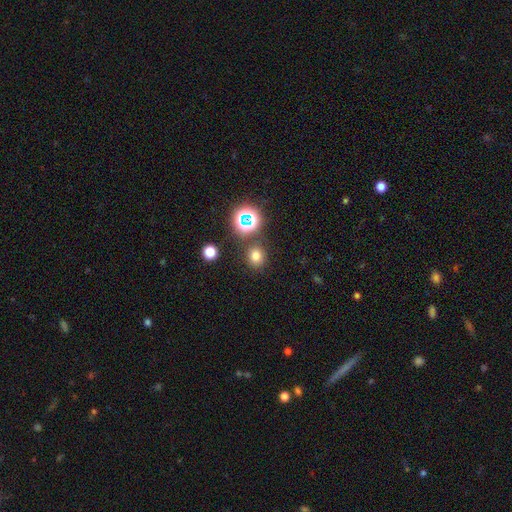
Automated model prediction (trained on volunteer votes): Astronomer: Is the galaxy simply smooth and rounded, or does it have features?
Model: smooth — 70%.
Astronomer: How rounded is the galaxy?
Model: round — 84%.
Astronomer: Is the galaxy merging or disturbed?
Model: none — 82%.